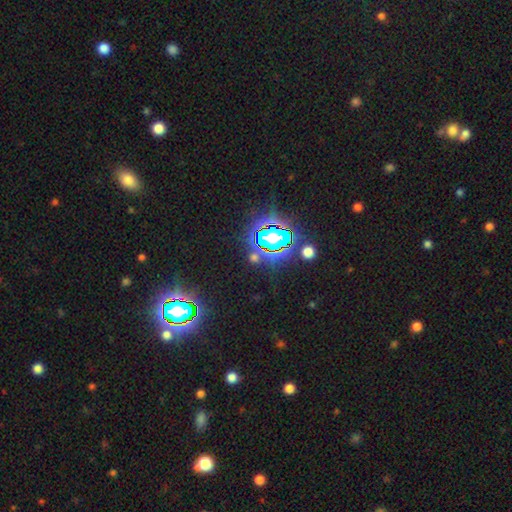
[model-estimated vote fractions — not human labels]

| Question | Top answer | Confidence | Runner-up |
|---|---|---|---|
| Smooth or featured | star or artifact | 74% | smooth (16%) |